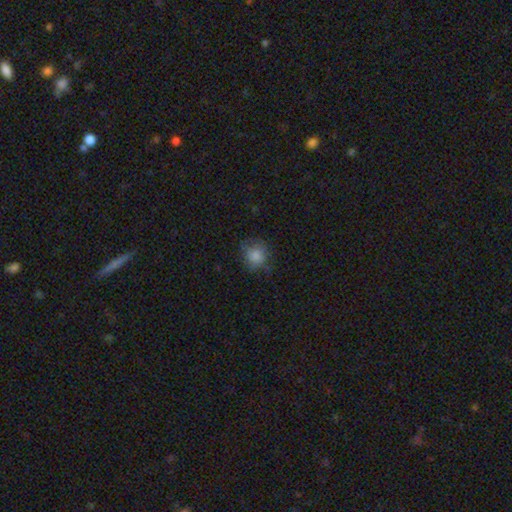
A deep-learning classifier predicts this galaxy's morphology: smooth 79%, featured or disk 11%, star or artifact 10%. Down the decision tree: how rounded — round (81%); merging — none (66%).